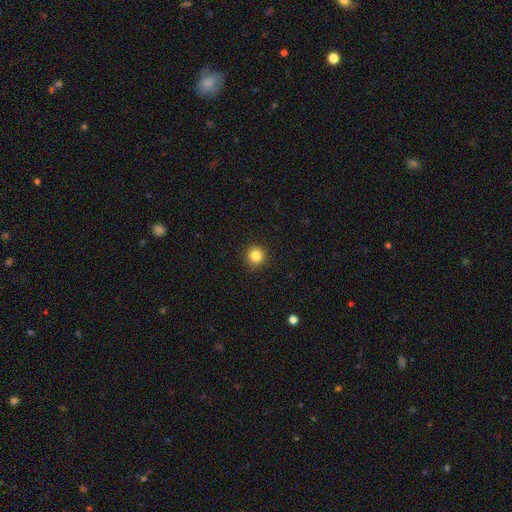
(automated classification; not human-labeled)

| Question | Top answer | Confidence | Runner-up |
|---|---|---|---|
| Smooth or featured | smooth | 84% | star or artifact (12%) |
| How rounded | round | 94% | in between (5%) |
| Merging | none | 92% | minor disturbance (6%) |